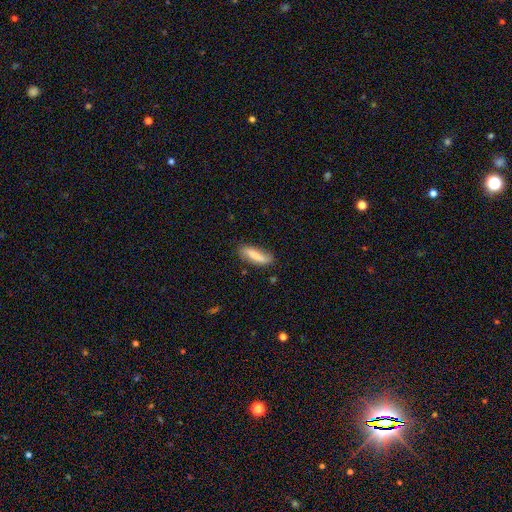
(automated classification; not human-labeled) Q: Smooth or featured?
A: smooth (73%); runner-up: featured or disk (21%)
Q: How rounded?
A: cigar-shaped (59%); runner-up: in between (39%)
Q: Merging?
A: none (75%); runner-up: minor disturbance (19%)